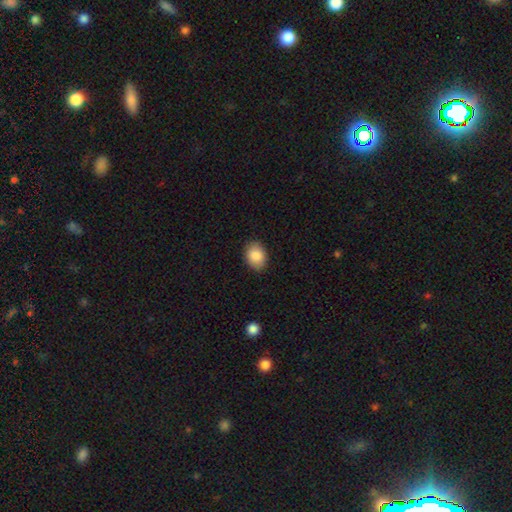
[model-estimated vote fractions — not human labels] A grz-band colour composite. It shows a smooth galaxy with no disk features (88%) that is in between round and cigar-shaped (74%). Merging: none (87%).